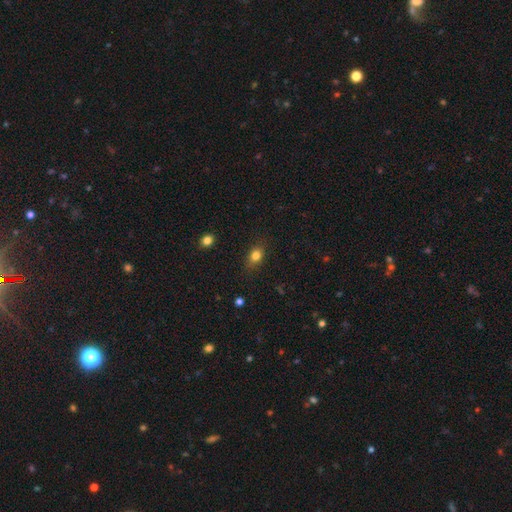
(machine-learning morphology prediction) This is clearly a smooth galaxy (81%). How rounded: likely in between (68%). Merging: clearly none (81%).